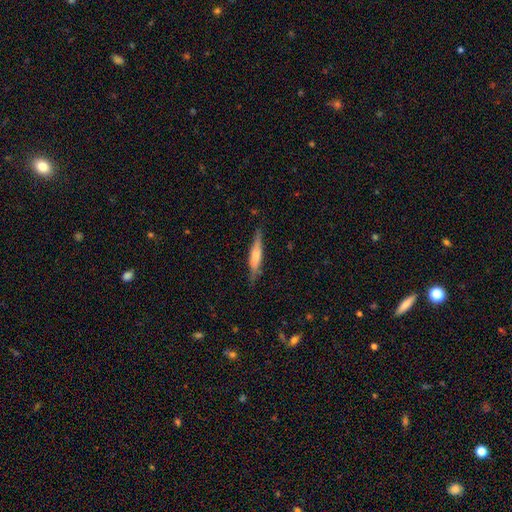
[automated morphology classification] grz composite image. It shows a featured or disk galaxy (49%). Merging: none (82%).